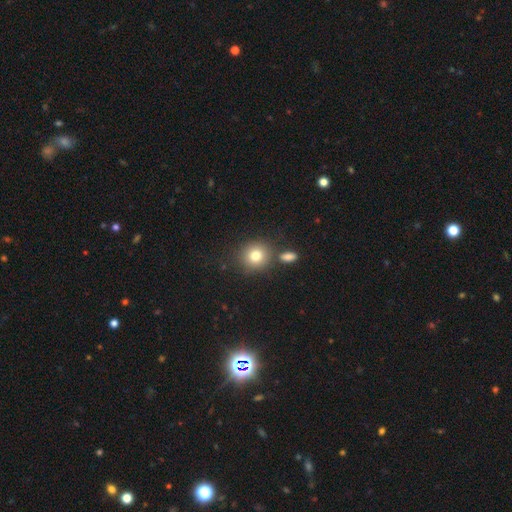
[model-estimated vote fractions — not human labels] Smooth or featured: smooth — 79% (star or artifact — 11%)
How rounded: round — 87% (in between — 12%)
Merging: none — 74% (merger — 13%)